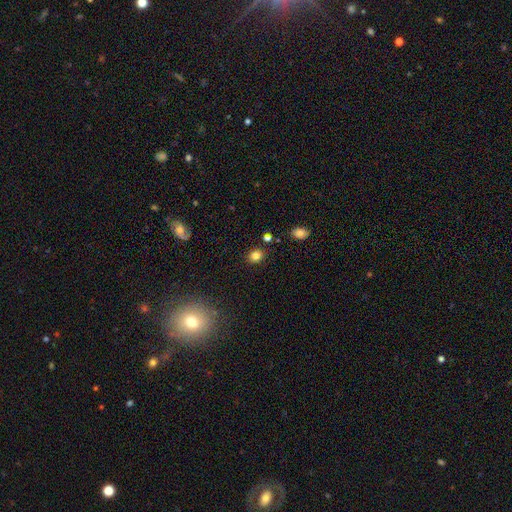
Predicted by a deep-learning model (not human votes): The model was most divided on "how rounded": round: 64%, in between: 35%, cigar-shaped: 1%. More confident: merging — none (86%); smooth or featured — smooth (82%).